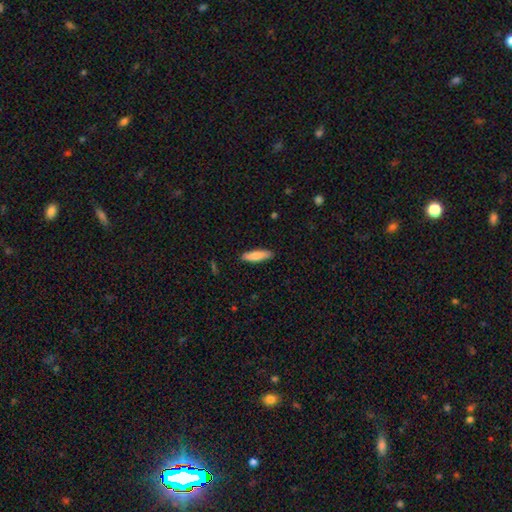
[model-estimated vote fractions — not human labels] Smooth or featured: smooth — 82% (featured or disk — 13%)
How rounded: cigar-shaped — 66% (in between — 33%)
Merging: none — 88% (minor disturbance — 9%)